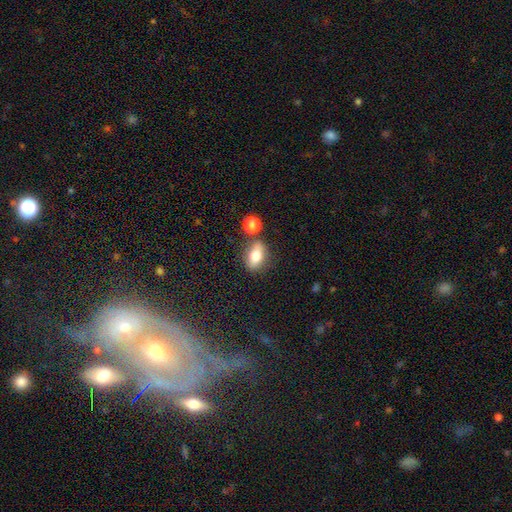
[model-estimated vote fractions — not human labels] This appears to be a smooth galaxy with no disk features (73%) that is in between round and cigar-shaped (80%). Merging: none (70%).